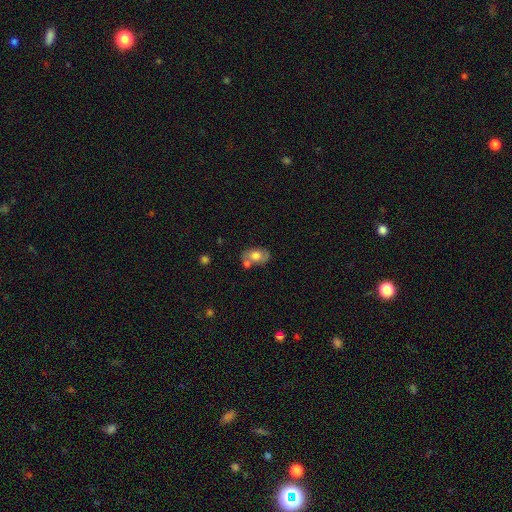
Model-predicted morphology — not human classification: Smooth or featured?
  - smooth: 55% *
  - featured or disk: 37%
  - star or artifact: 8%
How rounded?
  - in between: 82% *
  - round: 17%
  - cigar-shaped: 2%
Merging?
  - none: 48% *
  - merger: 27%
  - minor disturbance: 18%
  - major disturbance: 7%